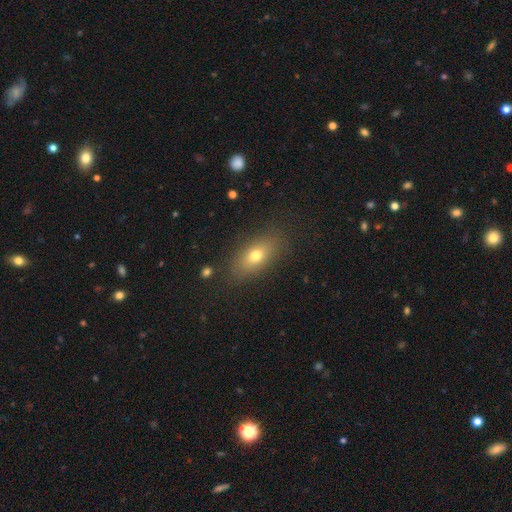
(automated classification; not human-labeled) Smooth or featured? Predicted: smooth (p=0.72). How rounded? Predicted: in between (p=0.78). Merging? Predicted: none (p=0.83).